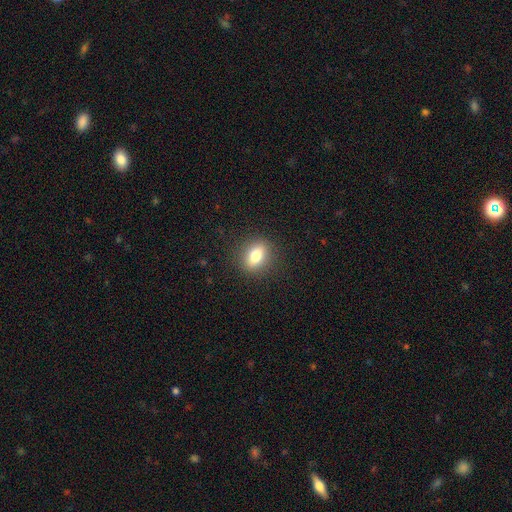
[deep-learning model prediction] Overall: smooth (78%). How rounded: in between (63%; round 34%). Merging: none (88%).